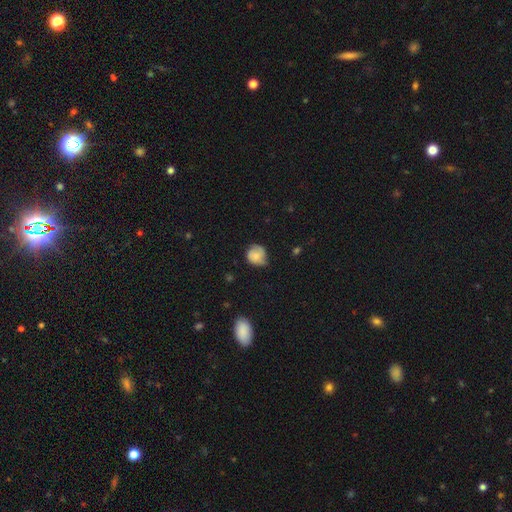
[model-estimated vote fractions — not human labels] Q: Smooth or featured?
A: smooth (69%); runner-up: featured or disk (23%)
Q: How rounded?
A: round (79%); runner-up: in between (20%)
Q: Merging?
A: none (51%); runner-up: minor disturbance (38%)